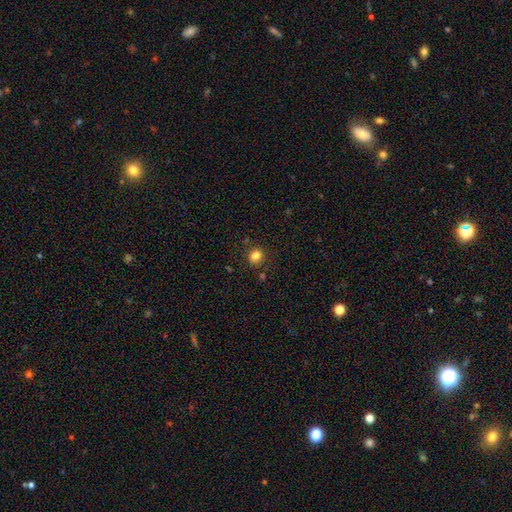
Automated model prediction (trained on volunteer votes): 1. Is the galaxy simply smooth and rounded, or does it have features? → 81% smooth, 14% star or artifact, 5% featured or disk.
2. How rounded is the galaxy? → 74% round, 25% in between, 1% cigar-shaped.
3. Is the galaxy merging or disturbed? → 79% none, 11% minor disturbance, 6% merger, 4% major disturbance.